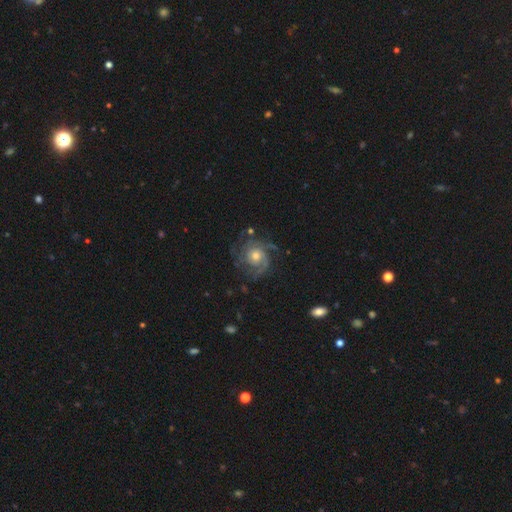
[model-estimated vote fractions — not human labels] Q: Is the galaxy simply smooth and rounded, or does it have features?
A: featured or disk — 86%.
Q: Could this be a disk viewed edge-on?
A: no — 98%.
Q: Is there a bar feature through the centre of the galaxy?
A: no — 79%.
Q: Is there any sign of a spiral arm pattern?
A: yes — 96%.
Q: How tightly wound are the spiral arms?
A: tight — 57%.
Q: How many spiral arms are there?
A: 3 — 34%.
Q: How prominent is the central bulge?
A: moderate — 66%.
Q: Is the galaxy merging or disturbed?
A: none — 73%.